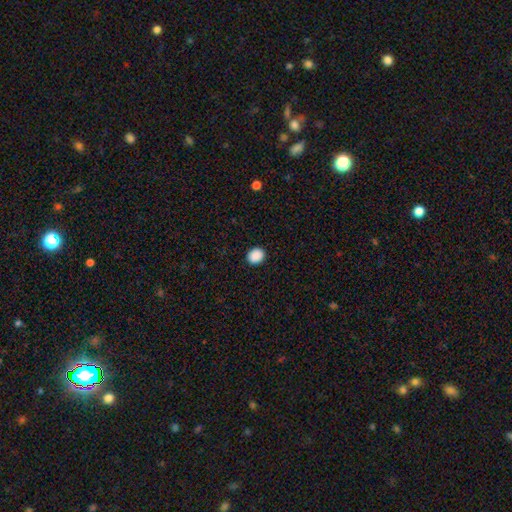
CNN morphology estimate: Smooth or featured: smooth — 90% (star or artifact — 8%)
How rounded: round — 70% (in between — 29%)
Merging: none — 92% (minor disturbance — 5%)